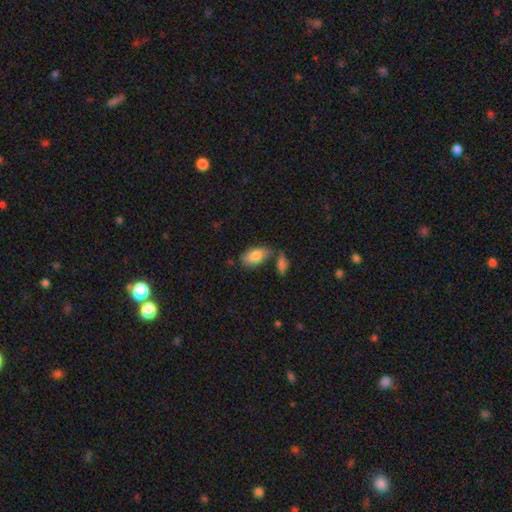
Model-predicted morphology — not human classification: This appears to be a smooth galaxy with no disk features (82%) that is in between round and cigar-shaped (93%). Merging: none (64%).